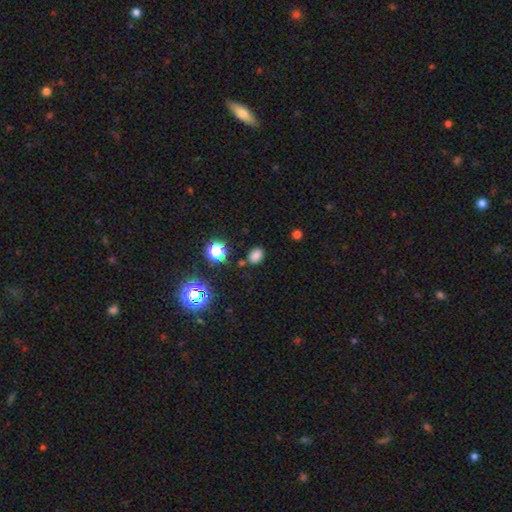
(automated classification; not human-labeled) Smooth or featured: smooth — 74% (star or artifact — 21%)
How rounded: in between — 71% (round — 28%)
Merging: none — 80% (minor disturbance — 13%)